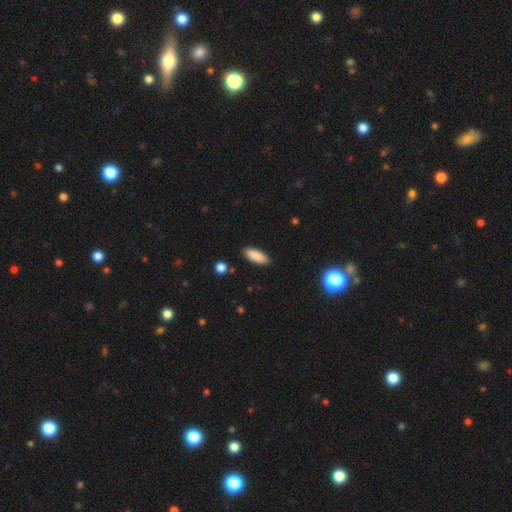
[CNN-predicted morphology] Smooth or featured? Predicted: smooth (p=0.88). How rounded? Predicted: in between (p=0.70). Merging? Predicted: none (p=0.88).